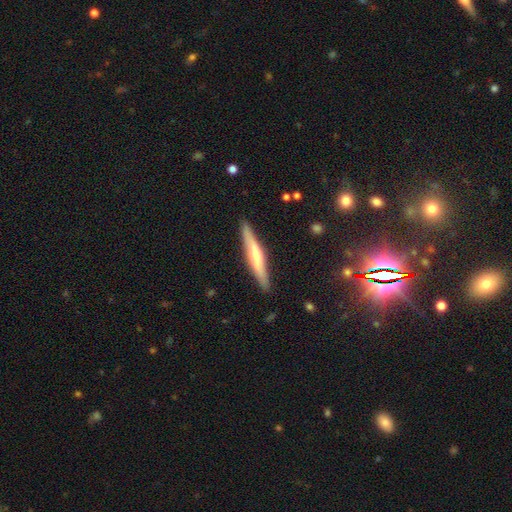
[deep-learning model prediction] smooth_or_featured: featured or disk (p=0.48) [alt: smooth p=0.47]
merging: none (p=0.88) [alt: minor disturbance p=0.09]